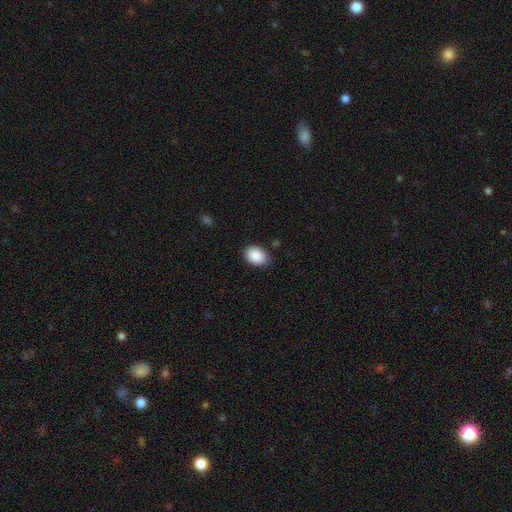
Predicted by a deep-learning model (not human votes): This appears to be a smooth galaxy with no disk features (90%) that is in between round and cigar-shaped (80%). Merging: none (80%).